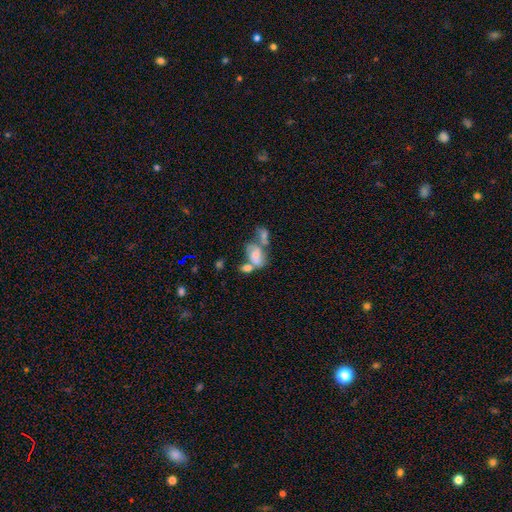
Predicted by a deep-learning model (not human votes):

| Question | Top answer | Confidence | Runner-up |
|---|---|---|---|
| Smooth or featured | featured or disk | 45% | tied: smooth (45%) |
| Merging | merger | 54% | none (21%) |